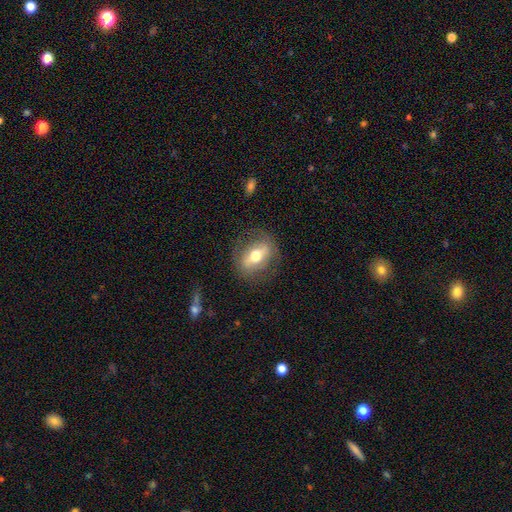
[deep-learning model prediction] A featured or disk galaxy (51%).

Vote fractions:
- Smooth or featured? featured or disk: 51% / smooth: 41% / star or artifact: 8%
- Edge-on disk? no: 77% / yes: 23%
- Merging? none: 78% / minor disturbance: 14% / major disturbance: 7% / merger: 1%